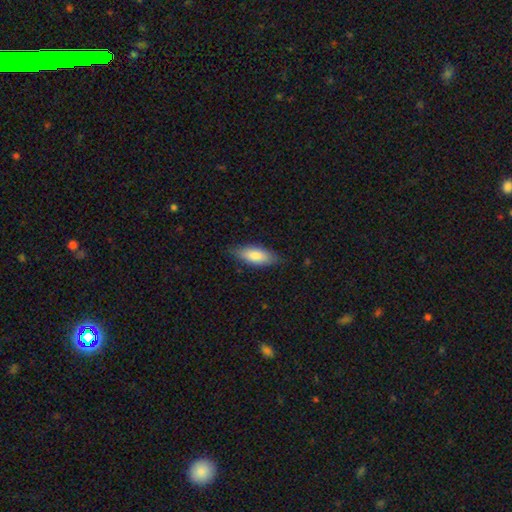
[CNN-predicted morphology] smooth_or_featured: smooth (p=0.83) [alt: featured or disk p=0.12]
how_rounded: in between (p=0.76) [alt: cigar-shaped p=0.22]
merging: none (p=0.80) [alt: minor disturbance p=0.16]